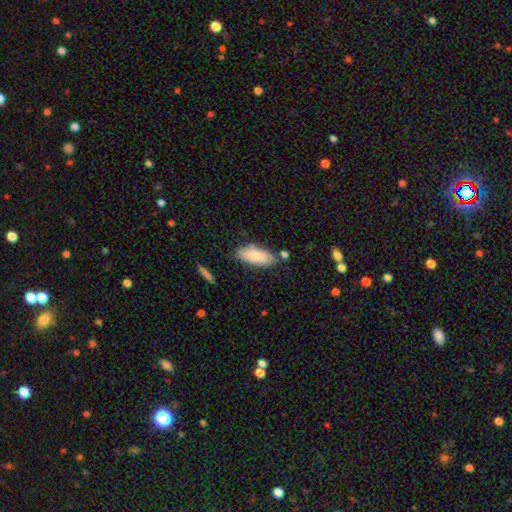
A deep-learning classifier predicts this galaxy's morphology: This appears to be a smooth galaxy with no disk features (81%) that is in between round and cigar-shaped (79%). Merging: none (76%).